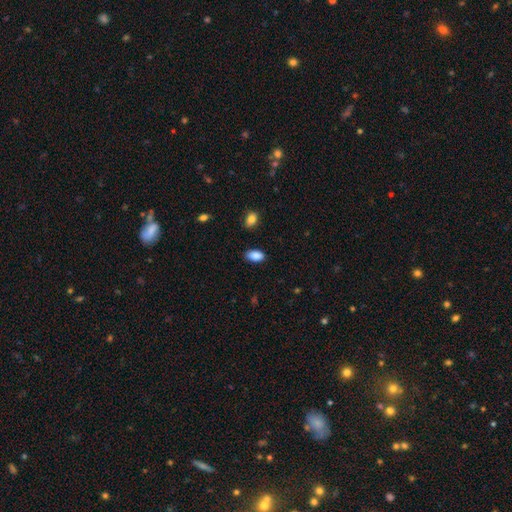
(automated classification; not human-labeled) Smooth or featured: smooth — 88% (star or artifact — 8%)
How rounded: in between — 93% (round — 5%)
Merging: none — 84% (minor disturbance — 12%)